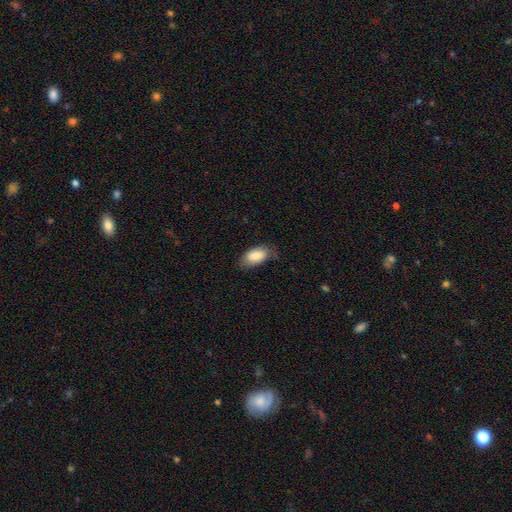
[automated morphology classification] Smooth or featured: smooth — 86% (featured or disk — 8%)
How rounded: in between — 93% (cigar-shaped — 4%)
Merging: none — 66% (minor disturbance — 27%)